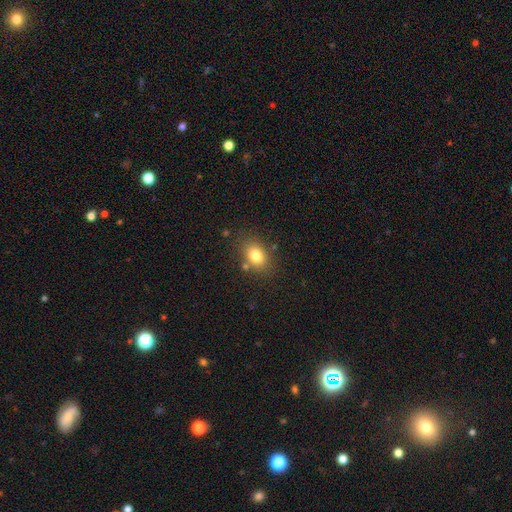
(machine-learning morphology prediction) This appears to be a smooth galaxy with no disk features (80%) that is in between round and cigar-shaped (69%). Merging: none (76%).